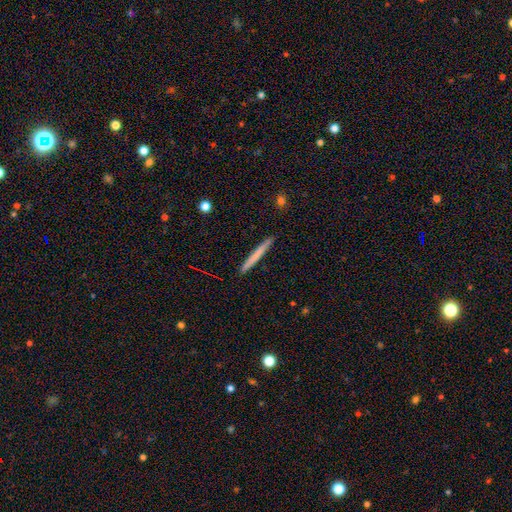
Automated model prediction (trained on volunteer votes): A smooth galaxy with no disk features (65%) that is cigar-shaped (97%). Merging: none (92%).